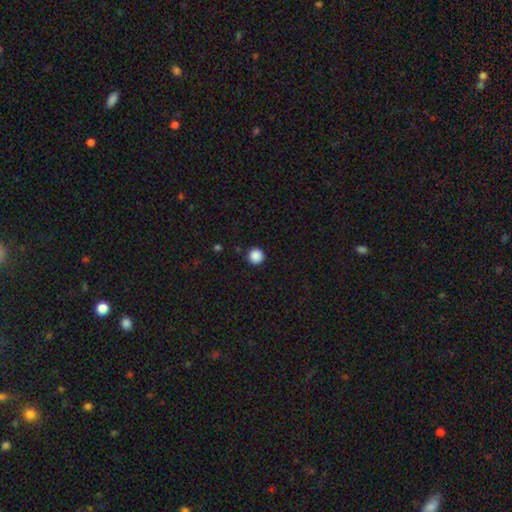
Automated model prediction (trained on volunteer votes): smooth 88%, star or artifact 10%, featured or disk 2%. Down the decision tree: how rounded — round (96%); merging — none (92%).